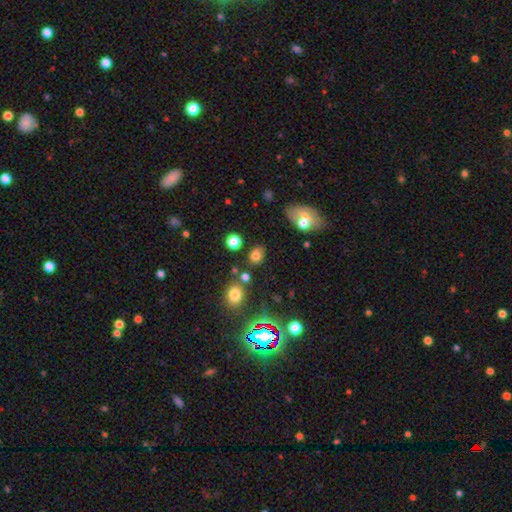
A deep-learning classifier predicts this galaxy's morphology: smooth_or_featured: smooth (p=0.74) [alt: star or artifact p=0.17]
how_rounded: in between (p=0.50) [alt: round p=0.48]
merging: none (p=0.75) [alt: minor disturbance p=0.13]